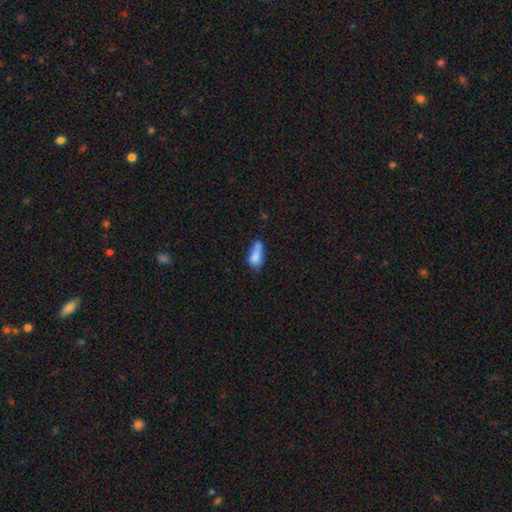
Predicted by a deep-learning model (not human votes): Smooth or featured? smooth (77%)
How rounded? in between (77%)
Merging? minor disturbance (32%, tied with none)